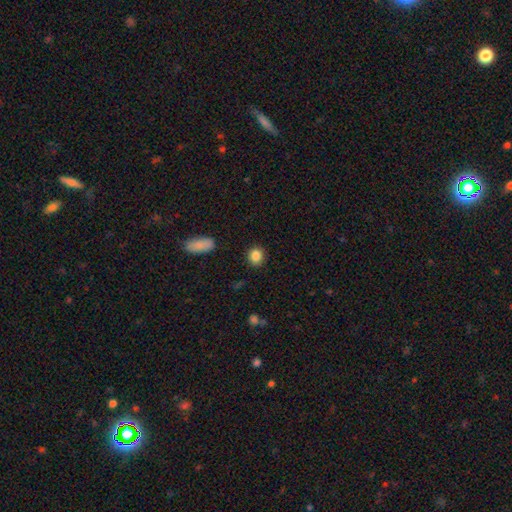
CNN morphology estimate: Smooth or featured? Predicted: smooth (p=0.86). How rounded? Predicted: round (p=0.78). Merging? Predicted: none (p=0.89).